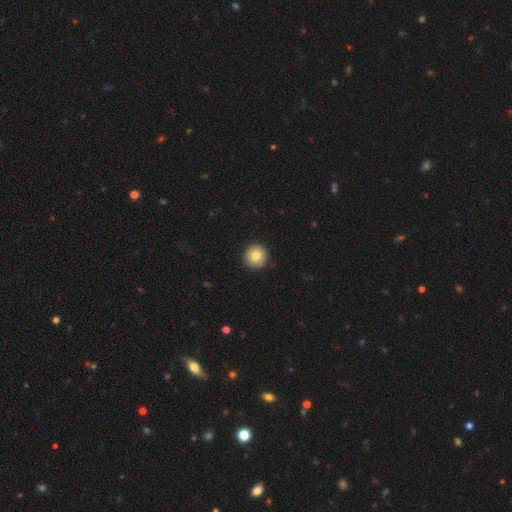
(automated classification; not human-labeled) Q: Smooth or featured?
A: smooth (81%); runner-up: featured or disk (11%)
Q: How rounded?
A: round (96%); runner-up: in between (3%)
Q: Merging?
A: none (92%); runner-up: minor disturbance (5%)